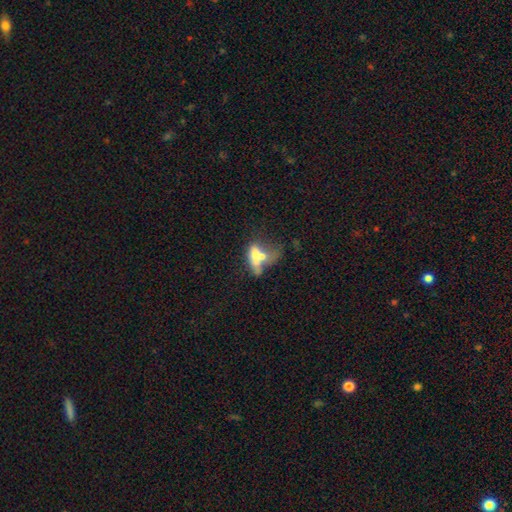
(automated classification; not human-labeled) Overall: smooth (57%; featured or disk 33%). How rounded: in between (69%). Merging: merger (54%; major disturbance 19%).